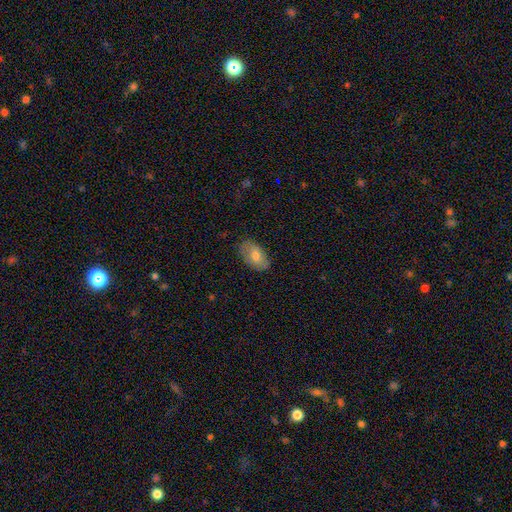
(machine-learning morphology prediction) A smooth galaxy with no disk features (69%) that is in between round and cigar-shaped (93%). Merging: none (80%).